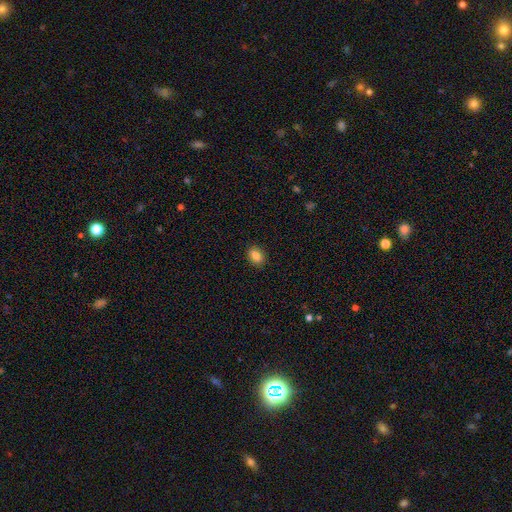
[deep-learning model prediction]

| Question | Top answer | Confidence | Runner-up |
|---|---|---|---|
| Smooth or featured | smooth | 85% | star or artifact (9%) |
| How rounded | in between | 72% | round (26%) |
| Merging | none | 90% | minor disturbance (7%) |